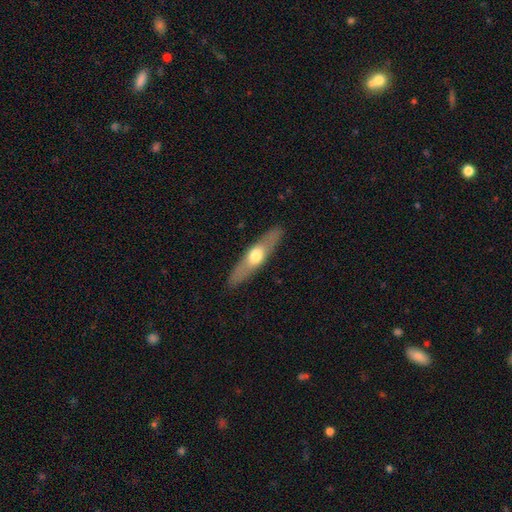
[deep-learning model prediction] Smooth or featured? Predicted: featured or disk (p=0.48). Merging? Predicted: none (p=0.88).